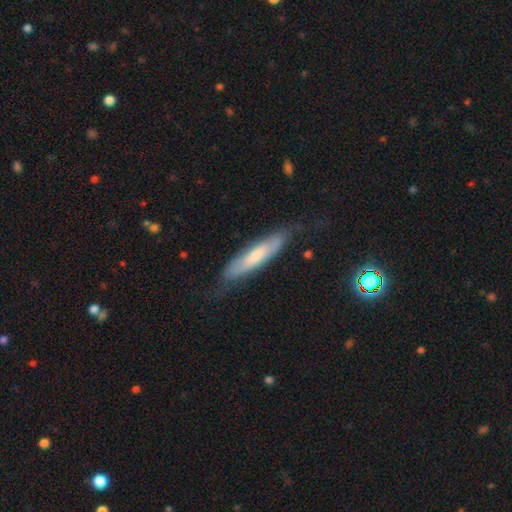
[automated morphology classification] This is possibly a smooth galaxy (56%). How rounded: likely cigar-shaped (78%). Merging: likely none (71%).